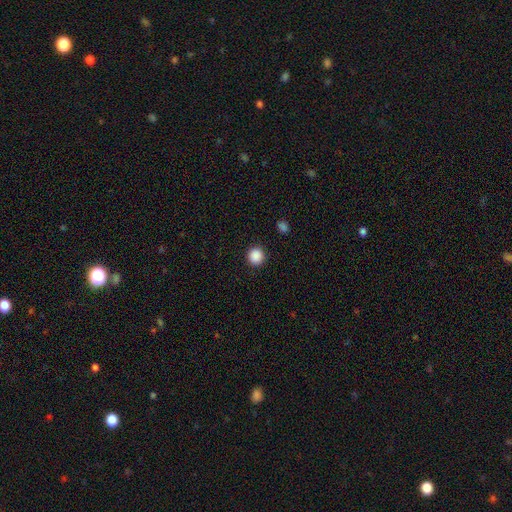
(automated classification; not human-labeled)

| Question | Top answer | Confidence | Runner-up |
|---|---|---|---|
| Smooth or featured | smooth | 89% | star or artifact (9%) |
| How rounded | round | 93% | in between (6%) |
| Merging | none | 92% | minor disturbance (5%) |